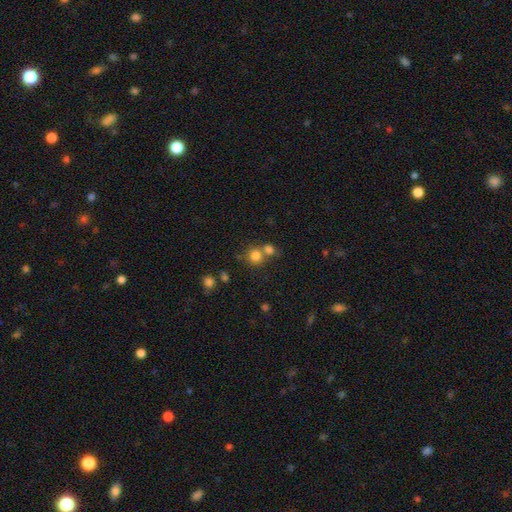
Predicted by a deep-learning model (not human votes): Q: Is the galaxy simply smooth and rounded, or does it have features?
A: smooth — 79%.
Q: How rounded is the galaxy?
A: round — 87%.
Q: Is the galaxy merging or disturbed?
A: none — 52%.